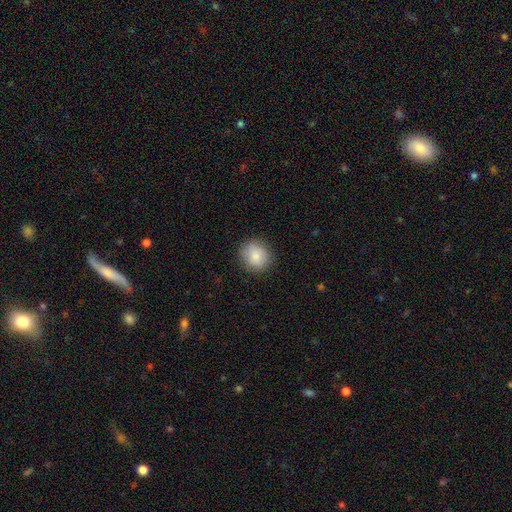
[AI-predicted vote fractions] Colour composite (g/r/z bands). It shows a smooth galaxy with no disk features (85%) that is round (86%). Merging: none (87%).